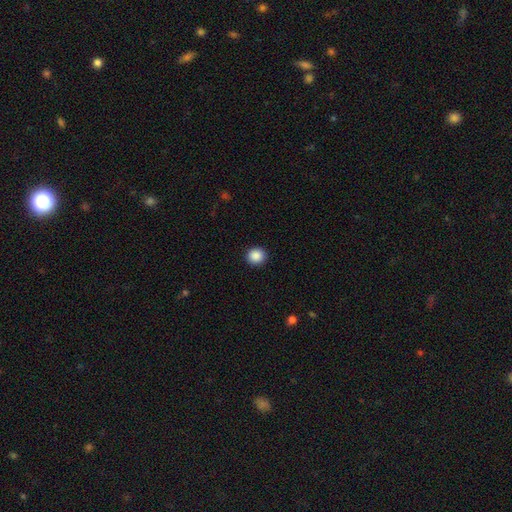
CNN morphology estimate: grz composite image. It shows a smooth galaxy with no disk features (89%) that is round (88%). Merging: none (92%).